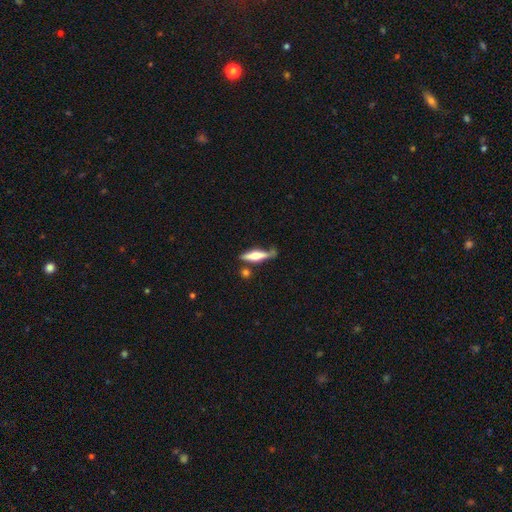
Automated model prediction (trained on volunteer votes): Smooth or featured: featured or disk — 48% (smooth — 46%)
Merging: none — 62% (minor disturbance — 21%)